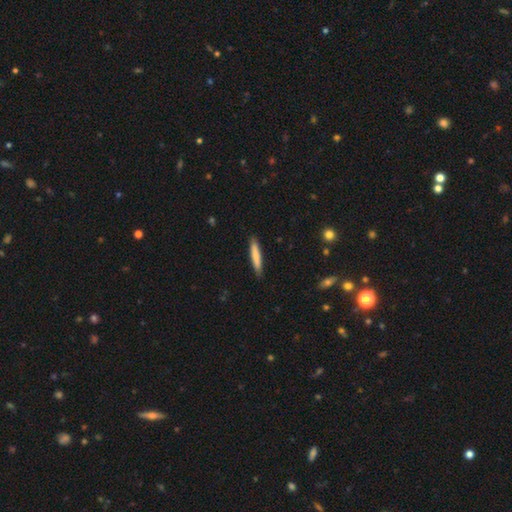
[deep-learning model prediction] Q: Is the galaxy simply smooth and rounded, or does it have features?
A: smooth — 76%.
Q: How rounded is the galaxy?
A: cigar-shaped — 93%.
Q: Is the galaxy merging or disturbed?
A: none — 89%.